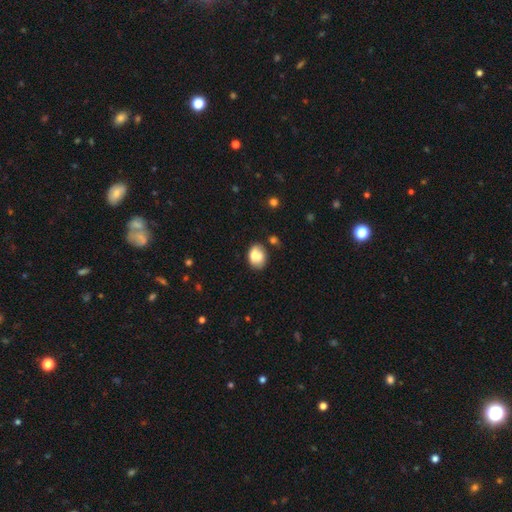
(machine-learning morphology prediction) This is likely a smooth galaxy (71%). How rounded: likely in between (68%). Merging: marginally none (43%).